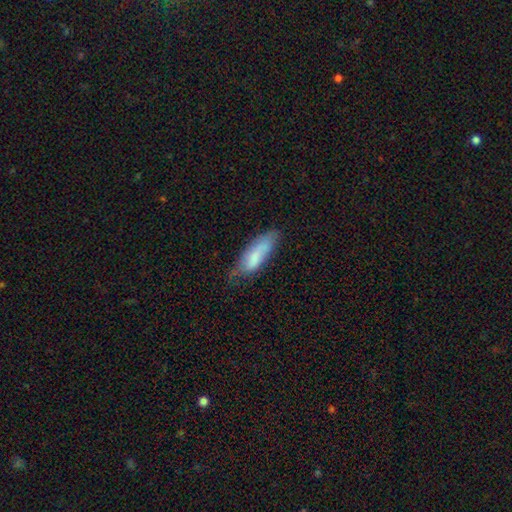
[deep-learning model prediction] smooth-or-featured: smooth: 72% | featured or disk: 21% | star or artifact: 7%
  how-rounded: in between: 60% | cigar-shaped: 39% | round: 2%
  merging: none: 49% | minor disturbance: 36% | major disturbance: 12% | merger: 3%